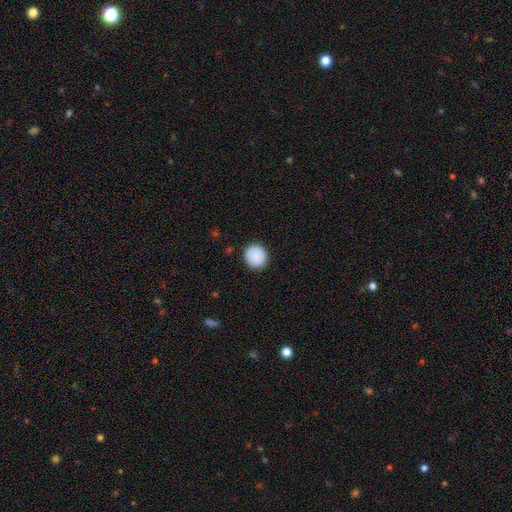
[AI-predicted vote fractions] A smooth galaxy with no disk features (89%) that is round (90%). Merging: none (90%).